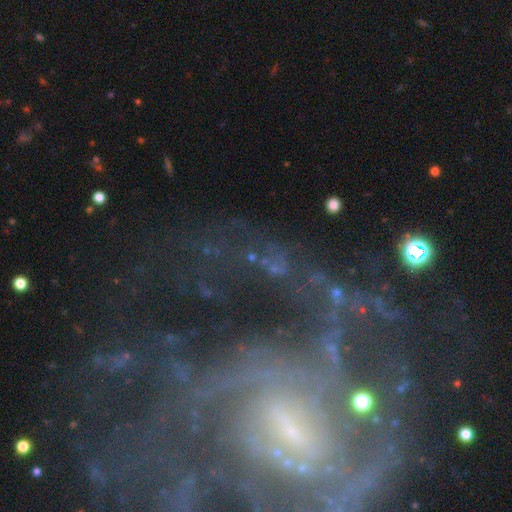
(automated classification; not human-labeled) featured or disk 75%, star or artifact 16%, smooth 9%. Down the decision tree: edge-on disk — no (95%); bar — weak (37%); spiral arms — yes (92%); spiral arm count — can't tell (28%); spiral winding — tight (48%); bulge size — small (64%); merging — none (58%).